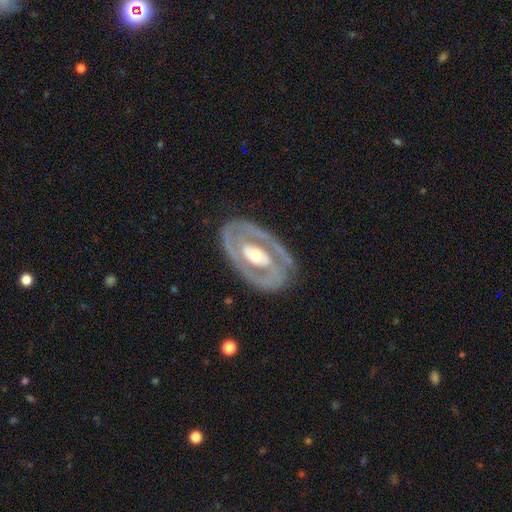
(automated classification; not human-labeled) Smooth or featured?
  - featured or disk: 83% *
  - smooth: 13%
  - star or artifact: 4%
Edge-on disk?
  - no: 94% *
  - yes: 6%
Bar?
  - no: 47% *
  - weak: 29%
  - strong: 24%
Spiral arms?
  - yes: 65% *
  - no: 35%
Spiral winding?
  - tight: 59% *
  - medium: 31%
  - loose: 10%
Spiral arm count?
  - 2: 69% *
  - can't tell: 16%
  - 1: 7%
  - 3: 4%
  - 4: 2%
  - more than 4: 2%
Bulge size?
  - moderate: 67% *
  - small: 21%
  - large: 10%
  - dominant: 1%
  - none: 1%
Merging?
  - none: 80% *
  - minor disturbance: 13%
  - major disturbance: 6%
  - merger: 1%